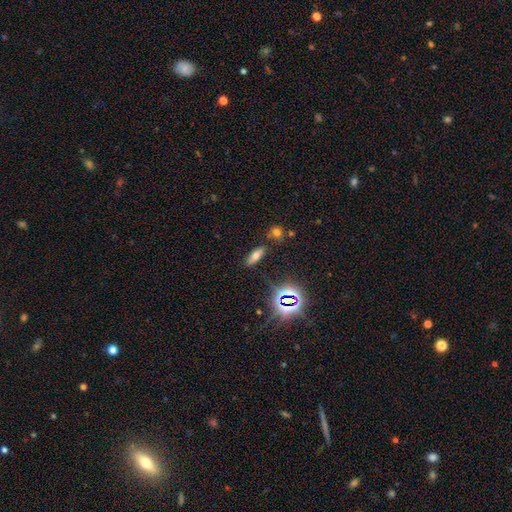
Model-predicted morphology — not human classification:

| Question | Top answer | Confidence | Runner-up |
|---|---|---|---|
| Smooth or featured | smooth | 58% | star or artifact (25%) |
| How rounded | in between | 66% | cigar-shaped (29%) |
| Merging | none | 84% | minor disturbance (10%) |